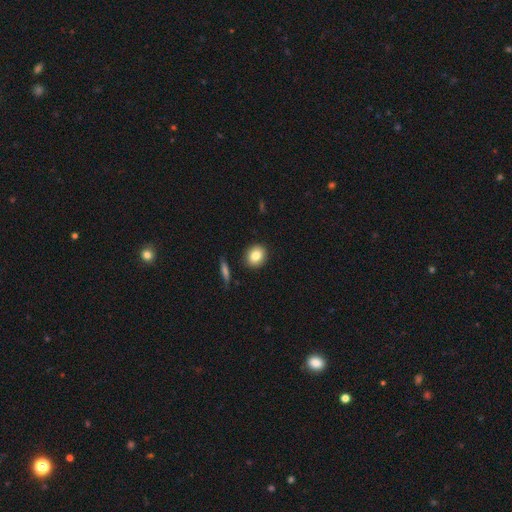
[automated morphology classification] Q: Smooth or featured?
A: smooth (83%); runner-up: star or artifact (9%)
Q: How rounded?
A: round (73%); runner-up: in between (26%)
Q: Merging?
A: none (89%); runner-up: minor disturbance (7%)